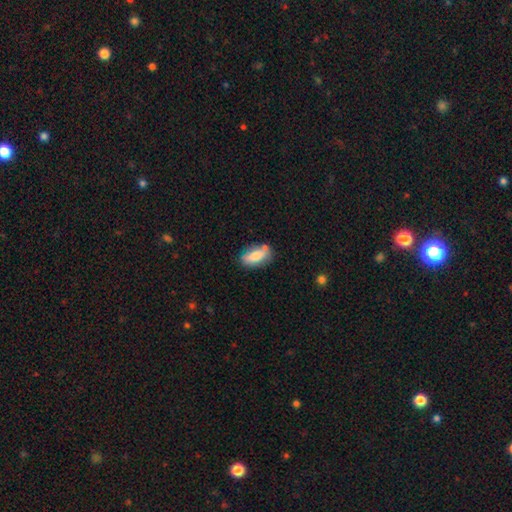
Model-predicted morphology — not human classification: smooth-or-featured: smooth: 75% | featured or disk: 18% | star or artifact: 7%
  how-rounded: in between: 86% | cigar-shaped: 10% | round: 4%
  merging: none: 68% | minor disturbance: 20% | merger: 7% | major disturbance: 4%